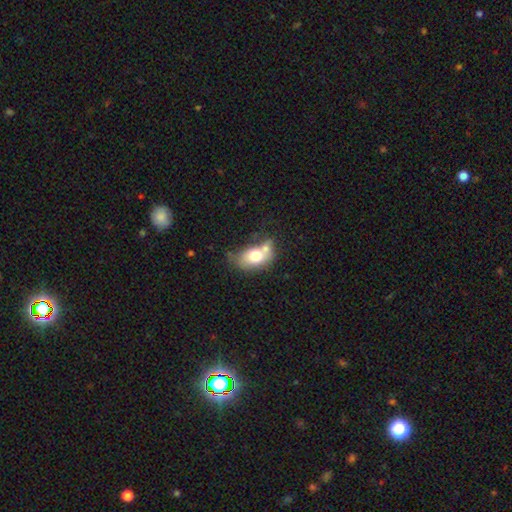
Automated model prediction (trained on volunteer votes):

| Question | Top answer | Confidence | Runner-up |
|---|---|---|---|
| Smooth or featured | smooth | 68% | featured or disk (23%) |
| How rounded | in between | 78% | round (20%) |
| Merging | merger | 37% | none (35%) |